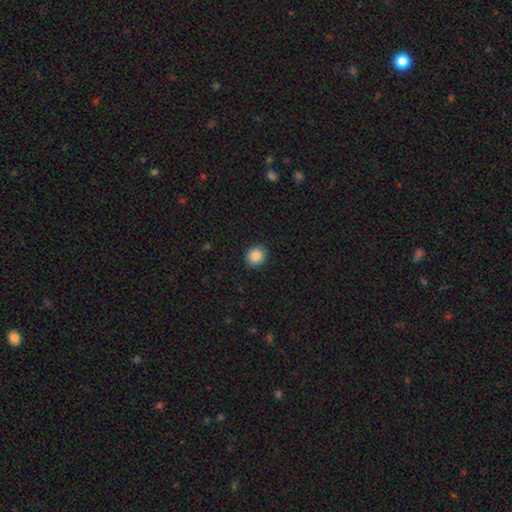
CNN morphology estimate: type=smooth (87%); roundness=round (76%); merging=none (91%).